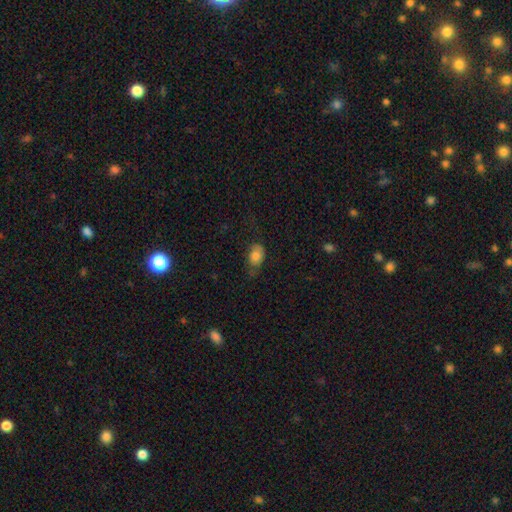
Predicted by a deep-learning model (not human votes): Morphology: type=smooth (83%); roundness=in between (82%); merging=none (51%).